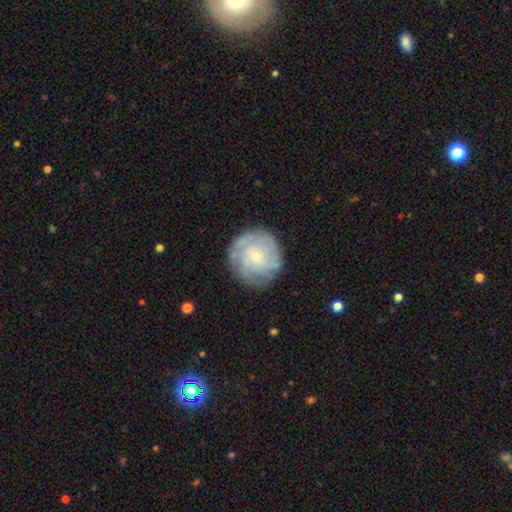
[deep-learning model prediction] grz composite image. It shows a featured or disk galaxy (64%) with no bar (74%), tight (63%) spiral arms (85%) and a small central bulge (76%). Merging: none (77%).